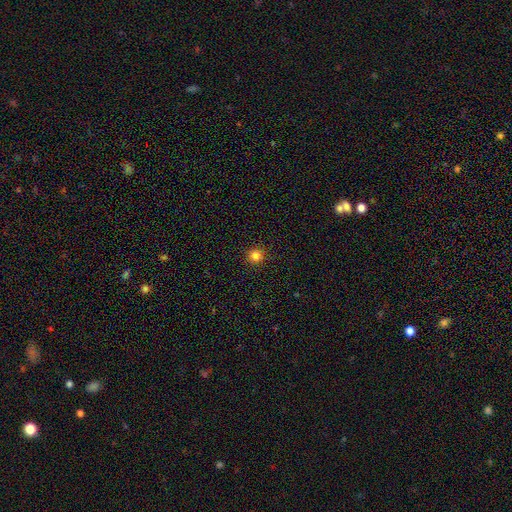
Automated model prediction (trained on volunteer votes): A smooth galaxy with no disk features (82%) that is round (95%).

Vote fractions:
- Smooth or featured? smooth: 82% / star or artifact: 14% / featured or disk: 4%
- How rounded? round: 95% / in between: 4% / cigar-shaped: 1%
- Merging? none: 92% / minor disturbance: 5% / major disturbance: 2% / merger: 1%